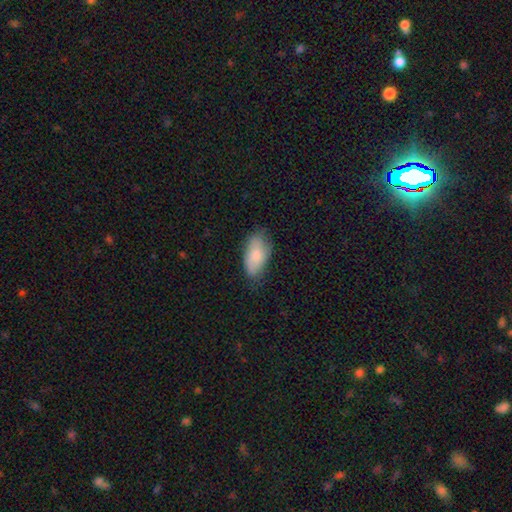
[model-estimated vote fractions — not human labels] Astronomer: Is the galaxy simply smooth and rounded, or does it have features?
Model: smooth — 78%.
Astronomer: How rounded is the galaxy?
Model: in between — 93%.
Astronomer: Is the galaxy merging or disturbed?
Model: none — 68%.